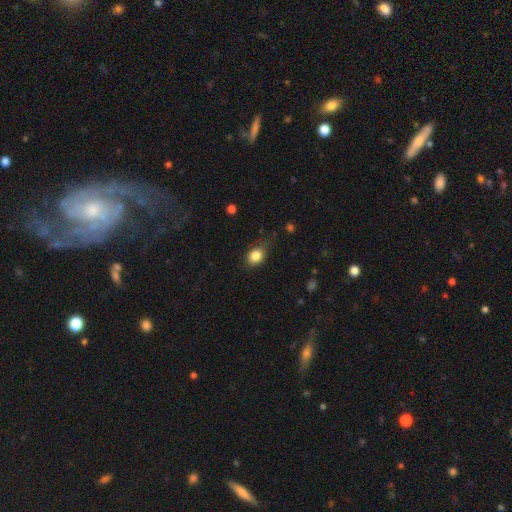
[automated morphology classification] Overall: smooth (84%). How rounded: in between (57%; round 41%). Merging: none (68%).